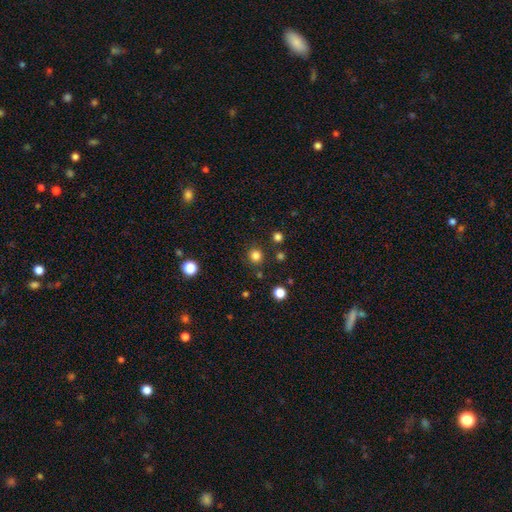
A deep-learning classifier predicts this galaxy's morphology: Smooth or featured? smooth (81%)
How rounded? round (92%)
Merging? none (87%)